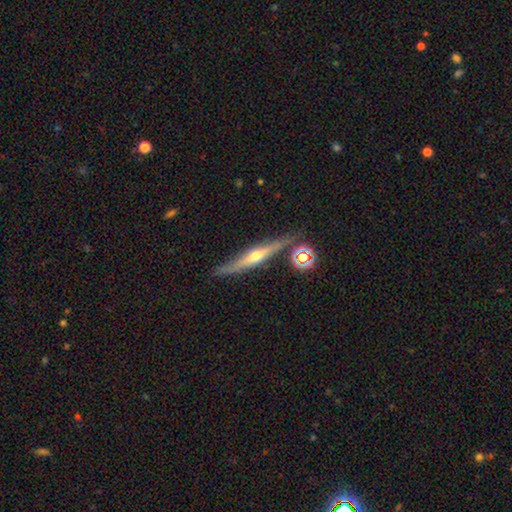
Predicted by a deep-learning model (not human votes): A featured or disk galaxy (67%) viewed edge-on (94%) with a rounded central bulge (83%).

Vote fractions:
- Smooth or featured? featured or disk: 67% / smooth: 23% / star or artifact: 9%
- Edge-on disk? yes: 94% / no: 6%
- Edge-on bulge? rounded: 83% / none: 10% / boxy: 6%
- Merging? none: 81% / minor disturbance: 12% / merger: 4% / major disturbance: 3%